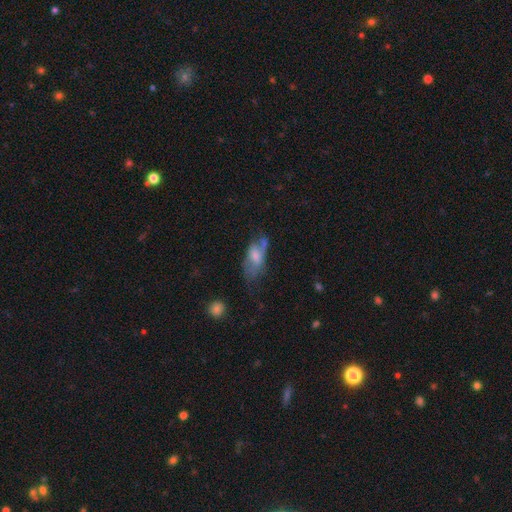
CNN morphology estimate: A smooth galaxy with no disk features (51%) that is in between round and cigar-shaped (85%). Merging: none (35%).